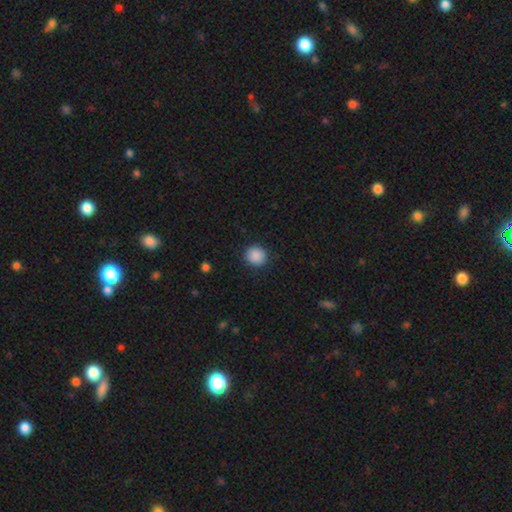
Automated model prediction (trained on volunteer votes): Smooth or featured? smooth (89%)
How rounded? round (91%)
Merging? none (91%)